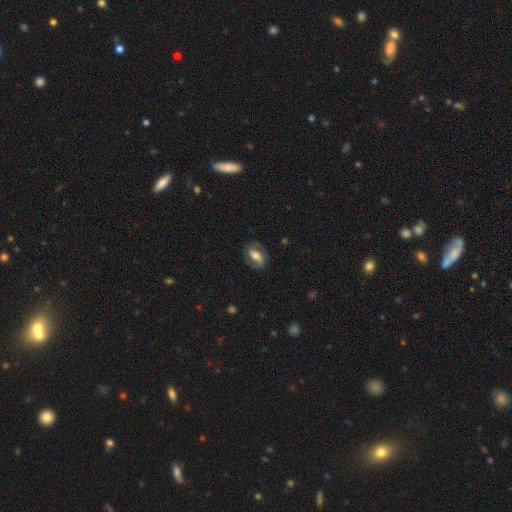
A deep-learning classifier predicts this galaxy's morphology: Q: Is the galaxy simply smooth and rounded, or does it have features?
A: featured or disk — 56%.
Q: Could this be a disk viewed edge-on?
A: no — 91%.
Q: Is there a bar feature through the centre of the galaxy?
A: strong — 42%.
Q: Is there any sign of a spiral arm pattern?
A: yes — 71%.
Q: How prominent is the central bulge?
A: moderate — 59%.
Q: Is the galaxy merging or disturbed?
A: none — 79%.